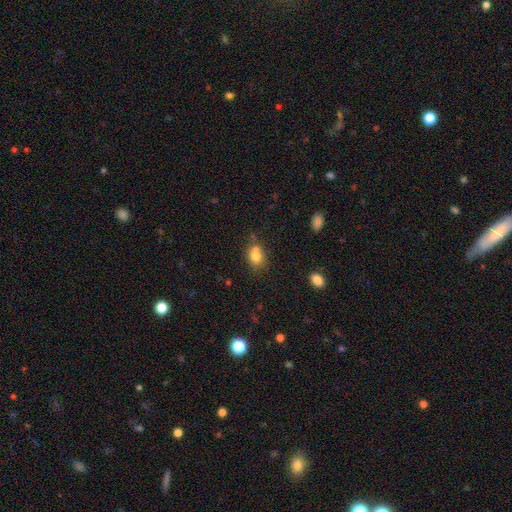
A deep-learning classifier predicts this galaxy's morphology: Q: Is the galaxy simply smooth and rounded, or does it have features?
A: smooth — 76%.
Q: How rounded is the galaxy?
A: in between — 50%.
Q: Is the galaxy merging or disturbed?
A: none — 46%.